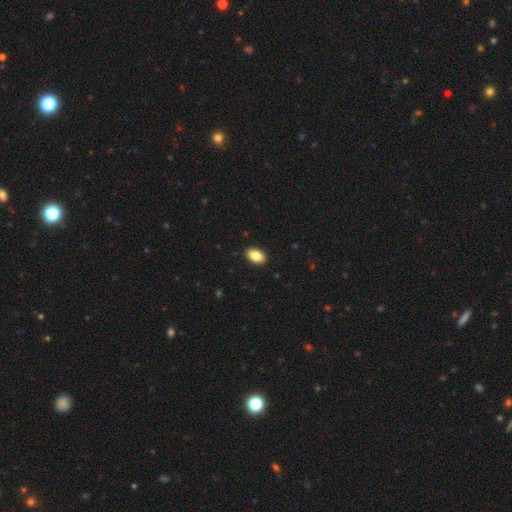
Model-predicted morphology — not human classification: smooth_or_featured: smooth (p=0.85) [alt: featured or disk p=0.07]
how_rounded: in between (p=0.91) [alt: round p=0.07]
merging: none (p=0.91) [alt: minor disturbance p=0.07]